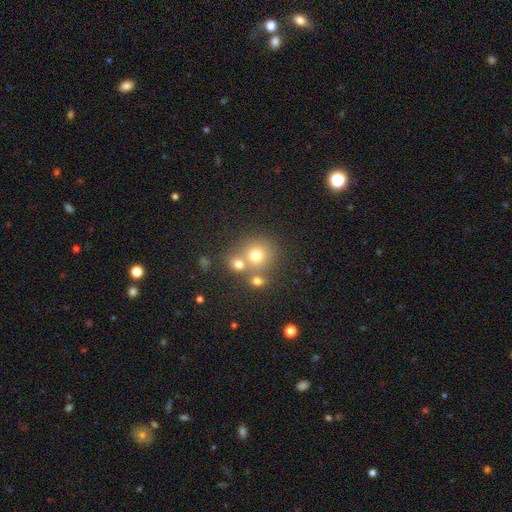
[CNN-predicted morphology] Smooth or featured: smooth — 72% (star or artifact — 15%)
How rounded: round — 86% (in between — 13%)
Merging: none — 53% (merger — 35%)